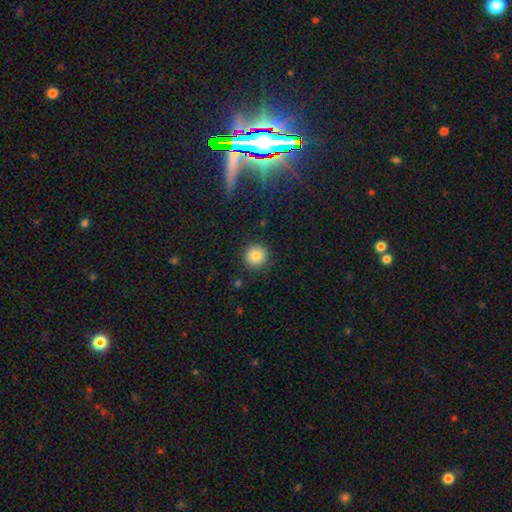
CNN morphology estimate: smooth_or_featured: smooth (p=0.84) [alt: star or artifact p=0.11]
how_rounded: round (p=0.94) [alt: in between p=0.05]
merging: none (p=0.90) [alt: minor disturbance p=0.07]